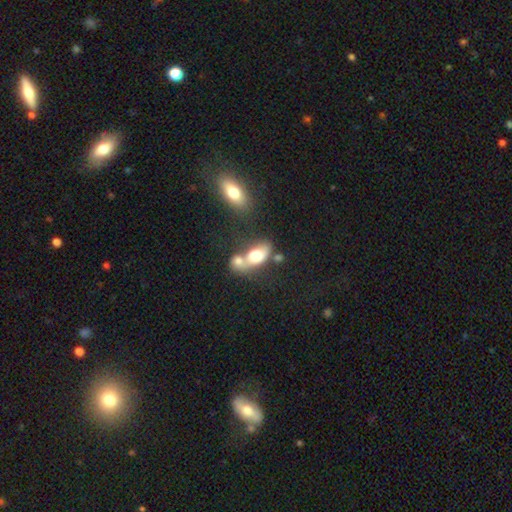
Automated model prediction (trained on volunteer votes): A smooth galaxy with no disk features (69%) that is in between round and cigar-shaped (80%). Merging: merger (63%).